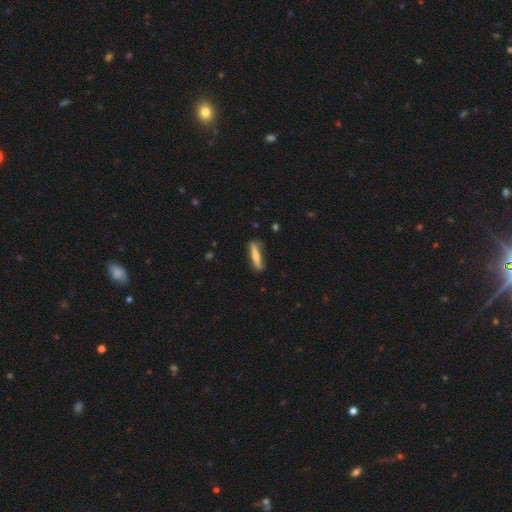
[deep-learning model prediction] Morphology: type=smooth (67%); roundness=cigar-shaped (88%); merging=none (80%).